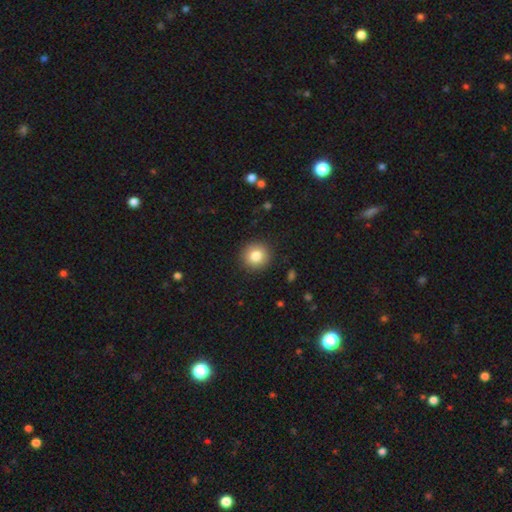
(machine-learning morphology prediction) smooth-or-featured: smooth: 82% | star or artifact: 10% | featured or disk: 8%
  how-rounded: round: 92% | in between: 7% | cigar-shaped: 1%
  merging: none: 91% | minor disturbance: 6% | major disturbance: 2% | merger: 1%